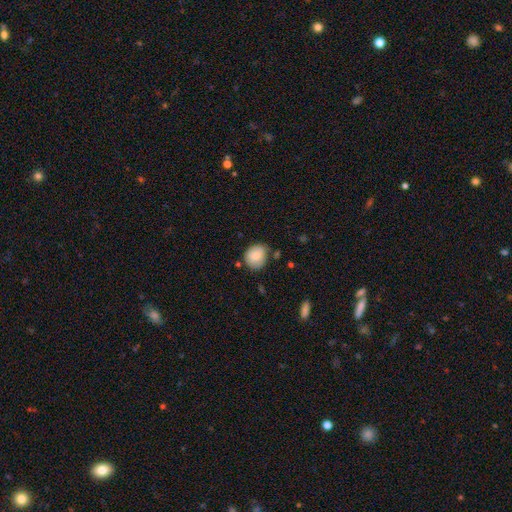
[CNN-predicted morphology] A smooth galaxy with no disk features (81%) that is round (72%).

Vote fractions:
- Smooth or featured? smooth: 81% / featured or disk: 12% / star or artifact: 8%
- How rounded? round: 72% / in between: 27% / cigar-shaped: 1%
- Merging? none: 67% / minor disturbance: 23% / major disturbance: 5% / merger: 5%